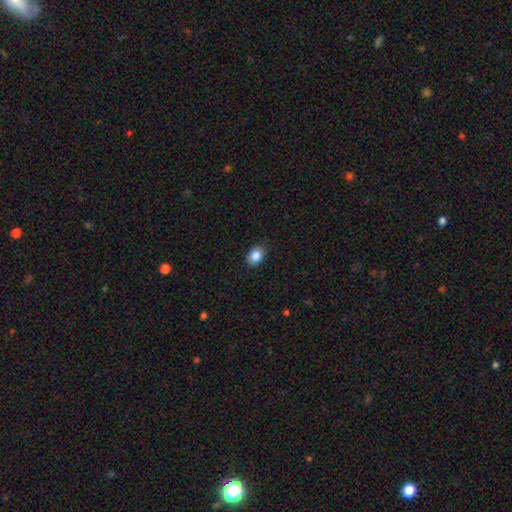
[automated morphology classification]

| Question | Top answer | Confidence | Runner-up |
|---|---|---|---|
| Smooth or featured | smooth | 88% | star or artifact (8%) |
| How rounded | in between | 74% | round (25%) |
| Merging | none | 86% | minor disturbance (10%) |